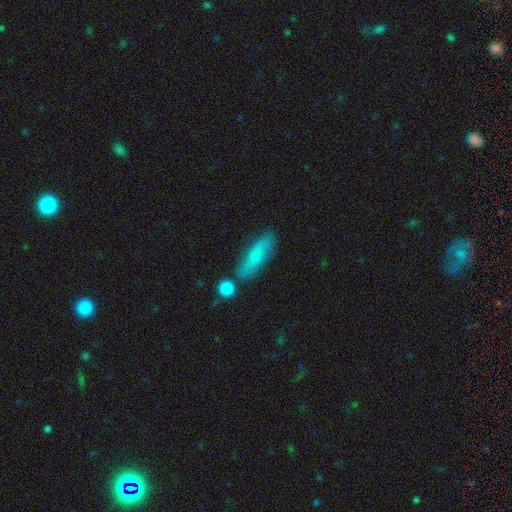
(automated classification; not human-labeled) Smooth or featured: smooth — 71% (featured or disk — 22%)
How rounded: cigar-shaped — 56% (in between — 41%)
Merging: none — 77% (minor disturbance — 14%)